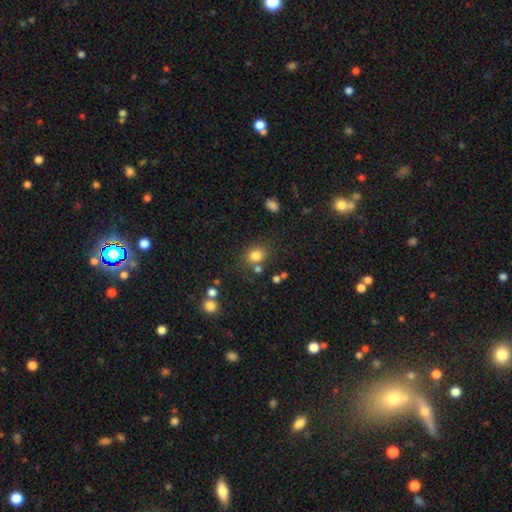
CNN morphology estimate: A smooth galaxy with no disk features (80%) that is round (64%).

Vote fractions:
- Smooth or featured? smooth: 80% / star or artifact: 13% / featured or disk: 7%
- How rounded? round: 64% / in between: 35% / cigar-shaped: 1%
- Merging? none: 71% / minor disturbance: 13% / merger: 11% / major disturbance: 5%